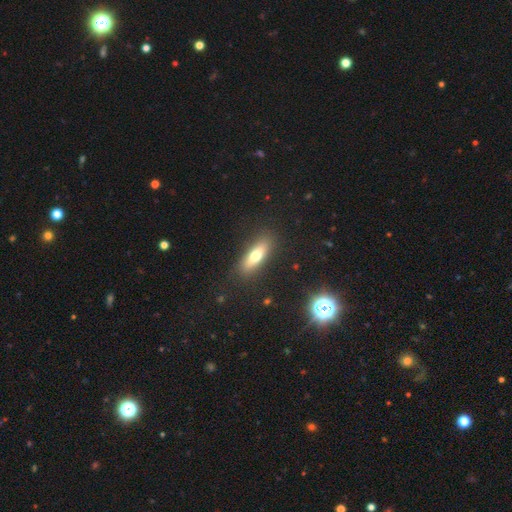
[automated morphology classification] Smooth or featured? smooth (66%)
How rounded? in between (52%)
Merging? none (86%)